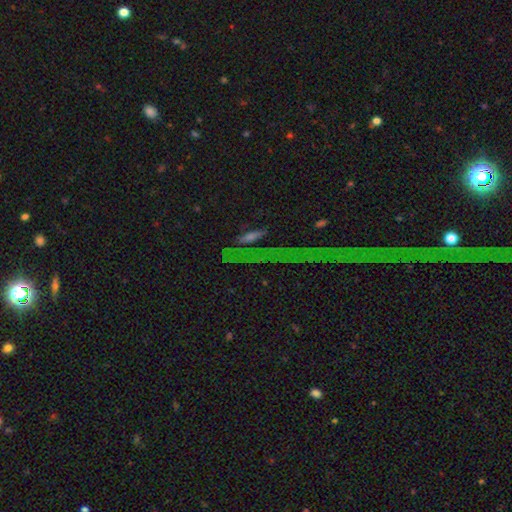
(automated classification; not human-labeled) smooth_or_featured: star or artifact (p=0.82) [alt: featured or disk p=0.09]